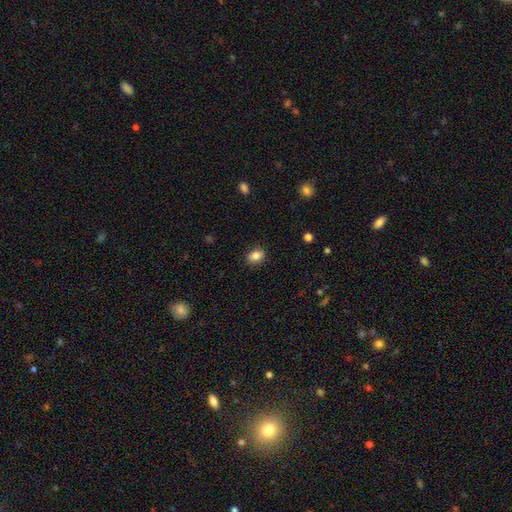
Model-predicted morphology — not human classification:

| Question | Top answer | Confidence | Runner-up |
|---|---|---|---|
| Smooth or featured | smooth | 85% | star or artifact (9%) |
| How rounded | in between | 74% | round (24%) |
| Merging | none | 87% | minor disturbance (9%) |